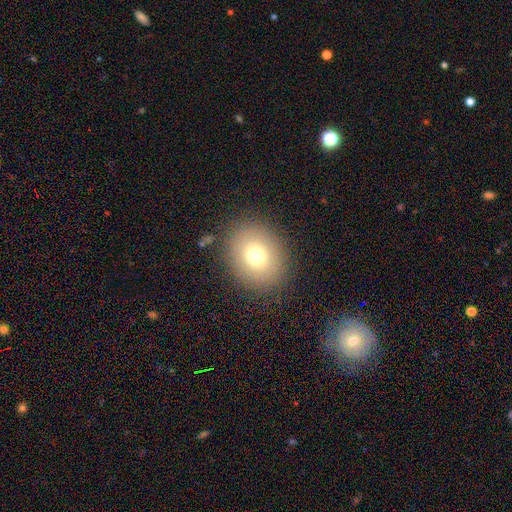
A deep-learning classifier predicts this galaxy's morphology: type=smooth (70%); roundness=round (67%); merging=none (86%).